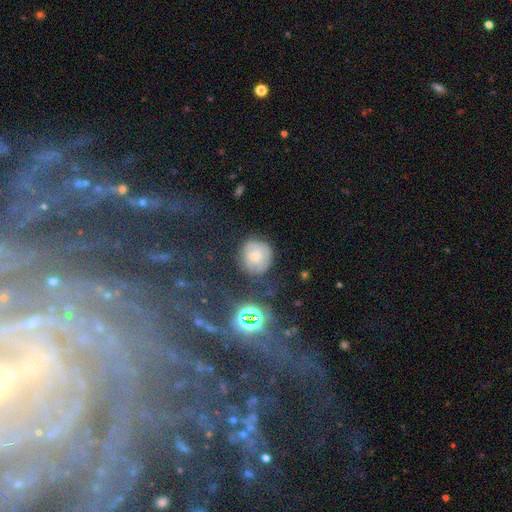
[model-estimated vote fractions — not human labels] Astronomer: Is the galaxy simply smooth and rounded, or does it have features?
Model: smooth — 58%.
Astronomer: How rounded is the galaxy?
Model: round — 85%.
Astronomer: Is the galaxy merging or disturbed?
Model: none — 66%.